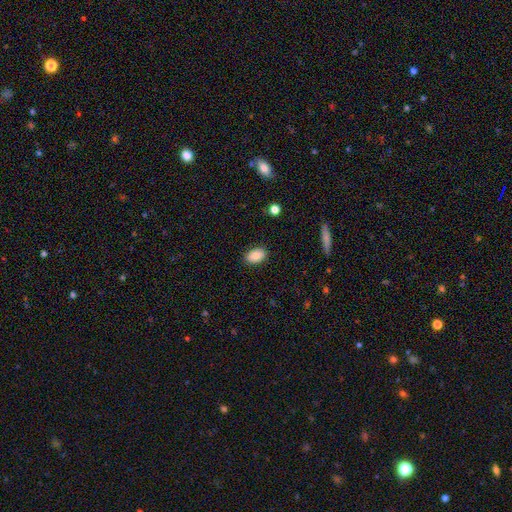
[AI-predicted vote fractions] smooth-or-featured: smooth: 86% | star or artifact: 7% | featured or disk: 7%
  how-rounded: in between: 90% | round: 9% | cigar-shaped: 1%
  merging: none: 87% | minor disturbance: 9% | major disturbance: 2% | merger: 1%